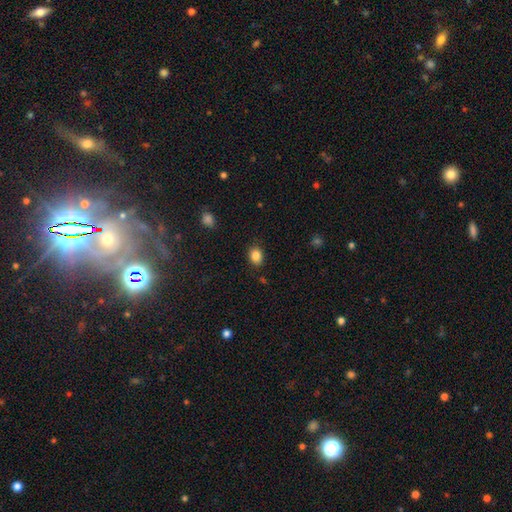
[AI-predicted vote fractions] smooth-or-featured: smooth: 86% | star or artifact: 10% | featured or disk: 5%
  how-rounded: in between: 61% | round: 38% | cigar-shaped: 1%
  merging: none: 86% | minor disturbance: 10% | major disturbance: 3% | merger: 1%